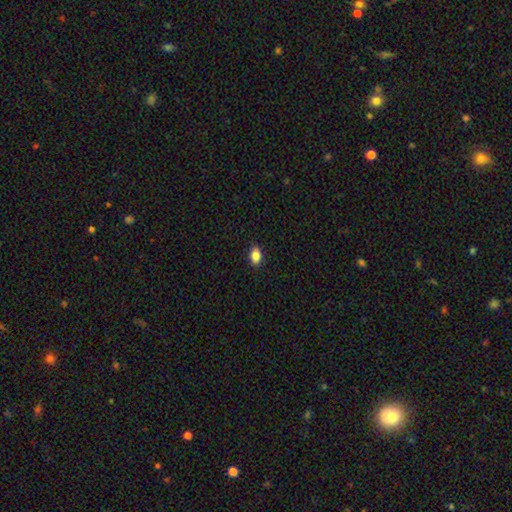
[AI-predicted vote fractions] smooth_or_featured: smooth (p=0.86) [alt: star or artifact p=0.09]
how_rounded: in between (p=0.87) [alt: round p=0.10]
merging: none (p=0.89) [alt: minor disturbance p=0.08]